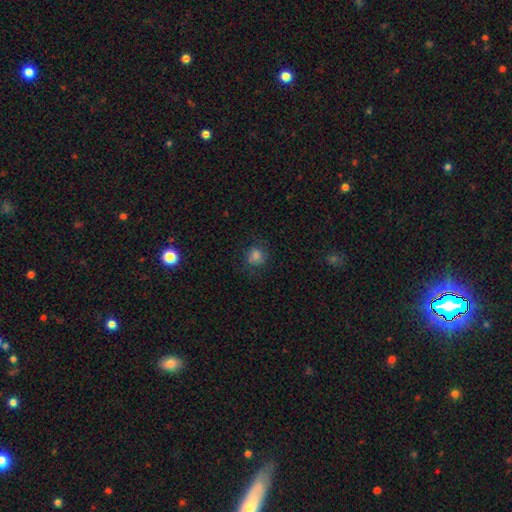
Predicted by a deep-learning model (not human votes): smooth 77%, star or artifact 16%, featured or disk 7%. Down the decision tree: how rounded — round (74%); merging — none (71%).